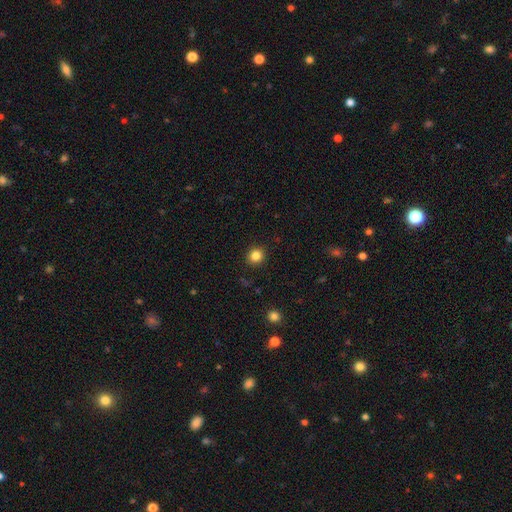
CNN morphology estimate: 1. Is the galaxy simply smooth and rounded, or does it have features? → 84% smooth, 12% star or artifact, 4% featured or disk.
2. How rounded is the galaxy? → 87% round, 12% in between, 1% cigar-shaped.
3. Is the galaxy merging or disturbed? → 91% none, 6% minor disturbance, 2% major disturbance, 1% merger.